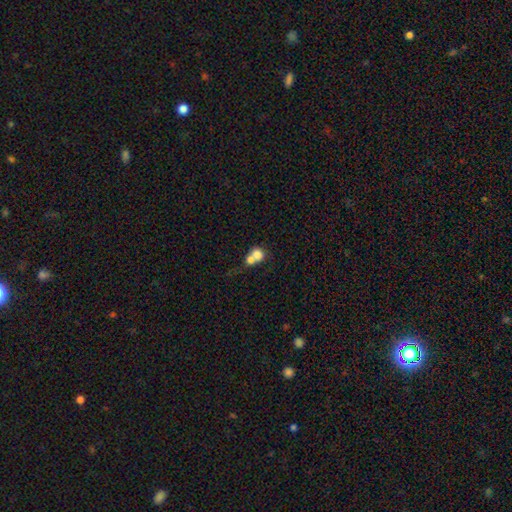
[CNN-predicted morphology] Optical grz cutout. It shows a smooth galaxy with no disk features (72%) that is round (69%). Merging: merger (70%).